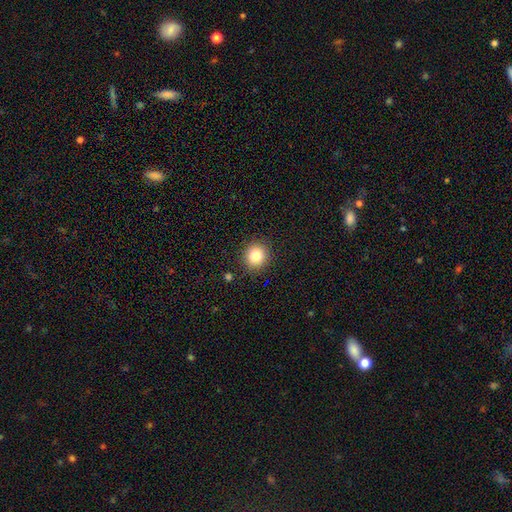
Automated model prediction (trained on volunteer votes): Q: Smooth or featured?
A: smooth (83%); runner-up: star or artifact (11%)
Q: How rounded?
A: round (87%); runner-up: in between (12%)
Q: Merging?
A: none (89%); runner-up: minor disturbance (7%)